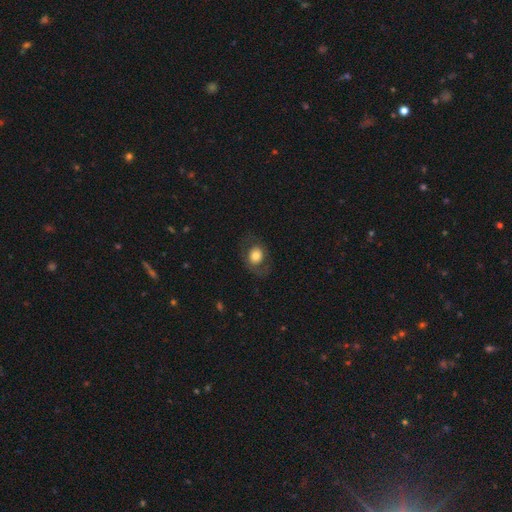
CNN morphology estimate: Q: Smooth or featured?
A: smooth (69%); runner-up: featured or disk (23%)
Q: How rounded?
A: round (54%); runner-up: in between (45%)
Q: Merging?
A: none (71%); runner-up: minor disturbance (15%)